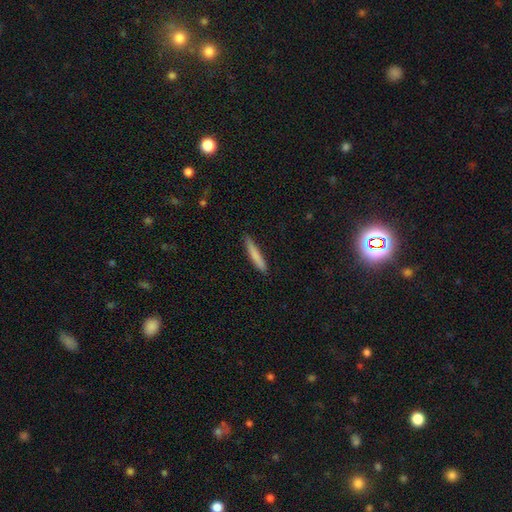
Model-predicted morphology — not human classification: This is likely a smooth galaxy (80%). How rounded: clearly cigar-shaped (93%). Merging: clearly none (86%).